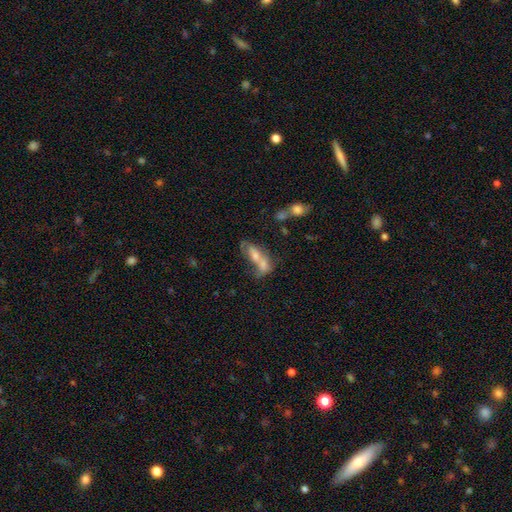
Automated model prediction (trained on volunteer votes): Smooth or featured?
  - smooth: 49% *
  - featured or disk: 37%
  - star or artifact: 14%
Merging?
  - merger: 60% *
  - none: 21%
  - minor disturbance: 10%
  - major disturbance: 9%